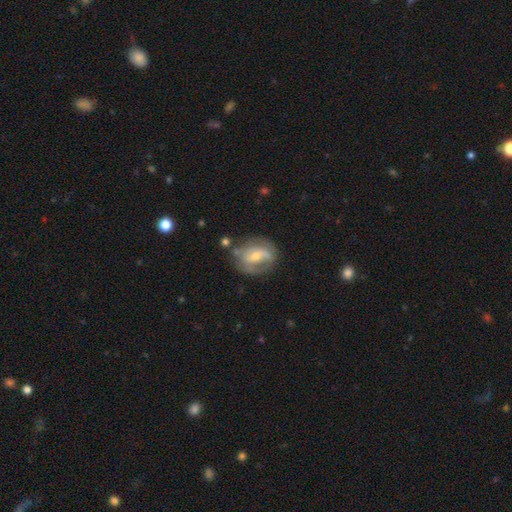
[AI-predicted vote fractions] A featured or disk galaxy (64%) with a weak bar (41%), spiral arms (67%) and a small central bulge (48%). Merging: none (59%).